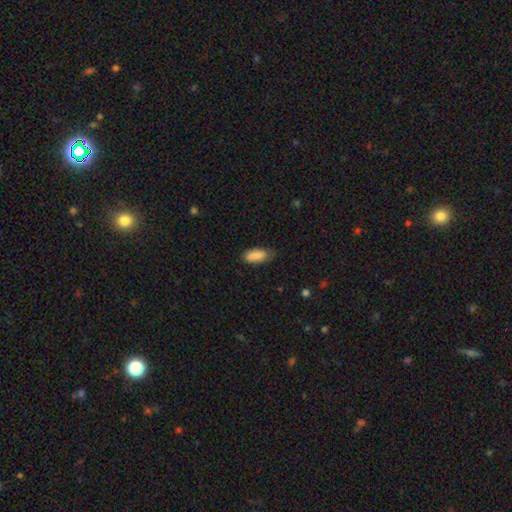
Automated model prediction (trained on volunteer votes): Morphology: type=smooth (87%); roundness=in between (82%); merging=none (67%).